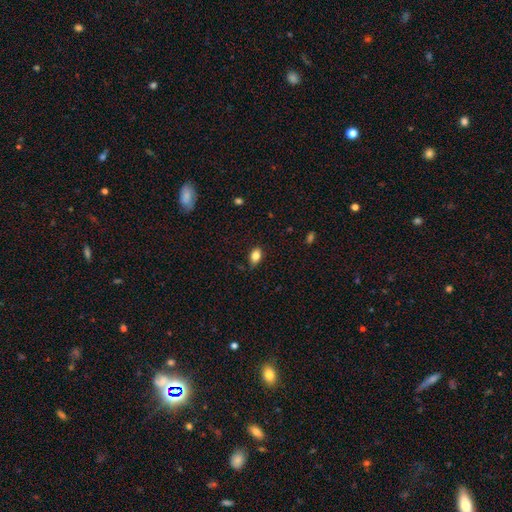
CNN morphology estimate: smooth 83%, star or artifact 9%, featured or disk 8%. Down the decision tree: how rounded — in between (83%); merging — none (75%).